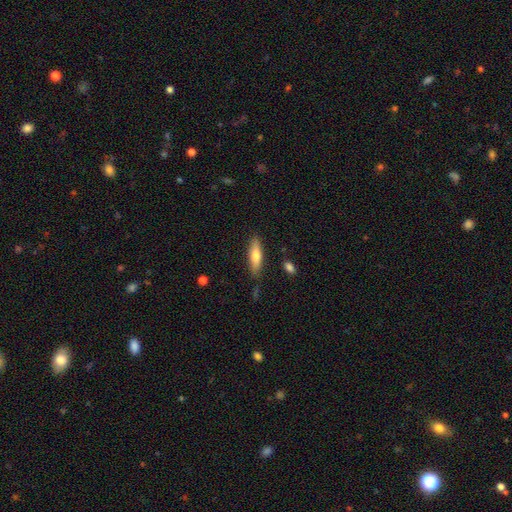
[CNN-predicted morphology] Smooth or featured? smooth (69%)
How rounded? cigar-shaped (64%)
Merging? none (81%)